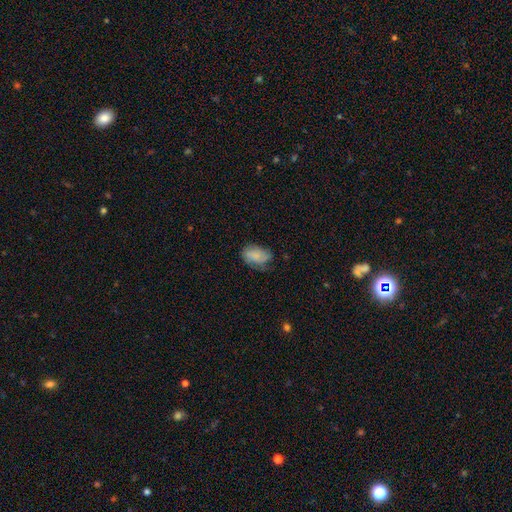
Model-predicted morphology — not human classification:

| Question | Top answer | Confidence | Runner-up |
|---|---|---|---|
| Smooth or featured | smooth | 71% | featured or disk (21%) |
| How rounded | in between | 88% | round (11%) |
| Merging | none | 53% | minor disturbance (32%) |